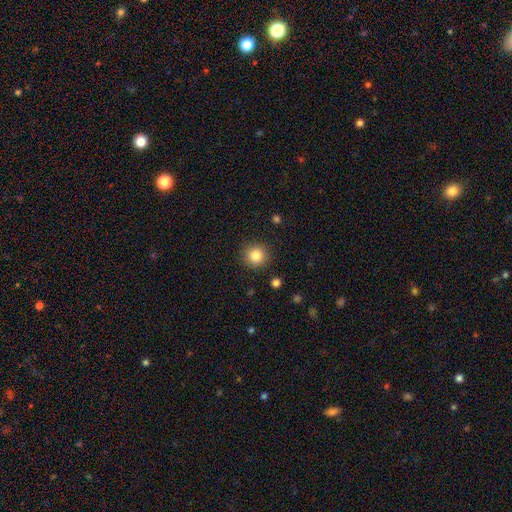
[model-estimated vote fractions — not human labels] Smooth or featured? Predicted: smooth (p=0.85). How rounded? Predicted: round (p=0.94). Merging? Predicted: none (p=0.90).